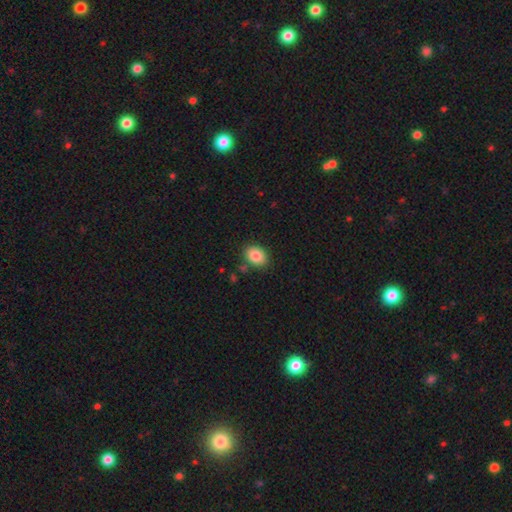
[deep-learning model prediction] Q: Smooth or featured?
A: smooth (85%); runner-up: star or artifact (8%)
Q: How rounded?
A: in between (67%); runner-up: round (32%)
Q: Merging?
A: none (83%); runner-up: minor disturbance (11%)